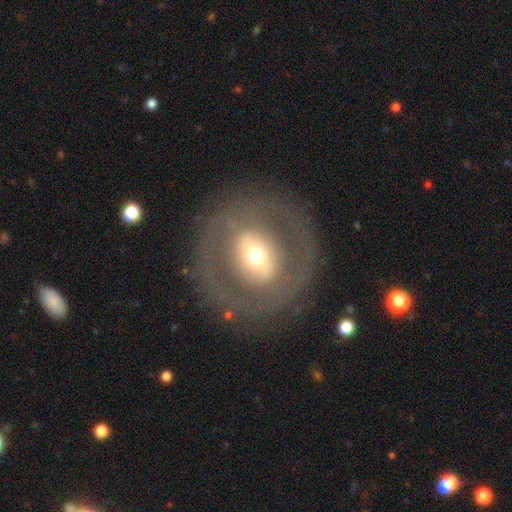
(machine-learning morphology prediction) Smooth or featured?
  - featured or disk: 61% *
  - smooth: 32%
  - star or artifact: 8%
Edge-on disk?
  - no: 91% *
  - yes: 9%
Bar?
  - strong: 38% *
  - no: 34%
  - weak: 28%
Spiral arms?
  - no: 84% *
  - yes: 16%
Bulge size?
  - moderate: 57% *
  - small: 27%
  - large: 12%
  - dominant: 3%
  - none: 1%
Merging?
  - none: 80% *
  - major disturbance: 9%
  - minor disturbance: 9%
  - merger: 1%